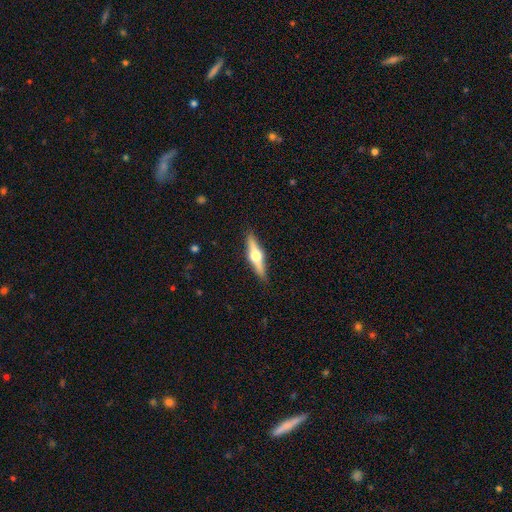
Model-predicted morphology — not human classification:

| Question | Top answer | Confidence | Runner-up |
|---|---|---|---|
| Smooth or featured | featured or disk | 68% | smooth (27%) |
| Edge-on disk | yes | 97% | no (3%) |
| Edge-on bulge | rounded | 95% | boxy (3%) |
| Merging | none | 90% | minor disturbance (8%) |